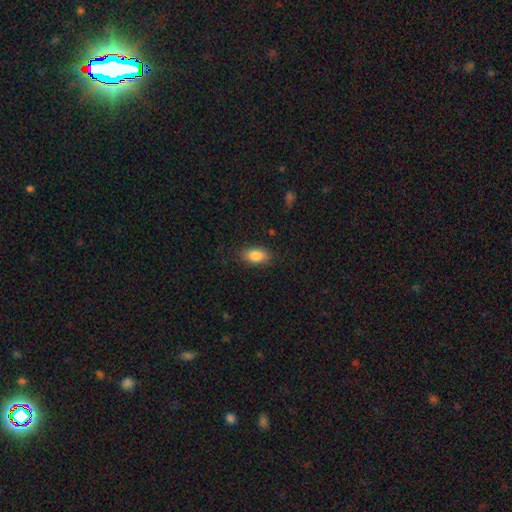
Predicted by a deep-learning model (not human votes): Smooth or featured?
  - smooth: 85% *
  - star or artifact: 8%
  - featured or disk: 7%
How rounded?
  - in between: 90% *
  - round: 6%
  - cigar-shaped: 4%
Merging?
  - none: 84% *
  - minor disturbance: 12%
  - major disturbance: 3%
  - merger: 1%